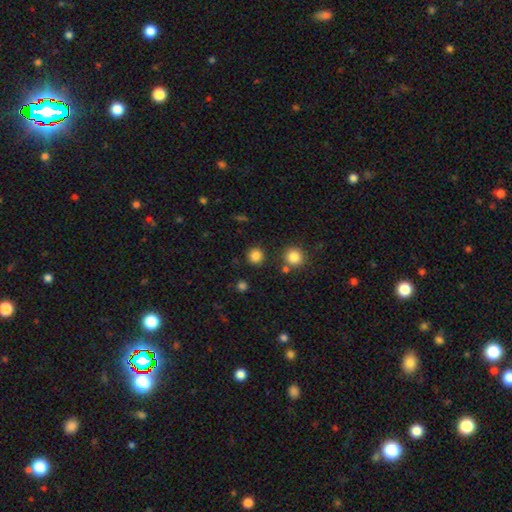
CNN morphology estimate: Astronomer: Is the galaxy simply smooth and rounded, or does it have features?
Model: smooth — 84%.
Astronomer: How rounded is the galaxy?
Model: round — 92%.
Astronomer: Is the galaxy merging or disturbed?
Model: none — 86%.